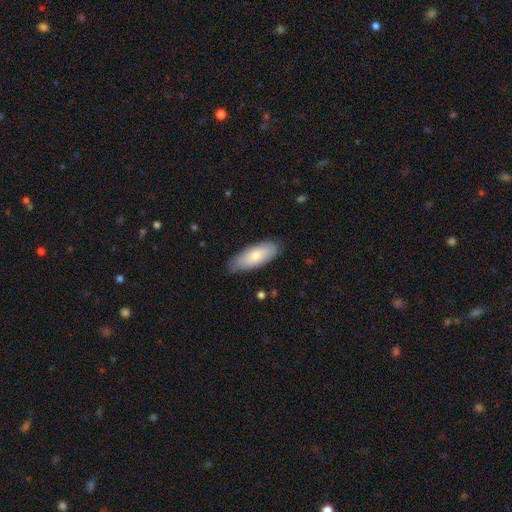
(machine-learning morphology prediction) smooth 76%, featured or disk 19%, star or artifact 6%. Down the decision tree: how rounded — in between (76%); merging — none (80%).